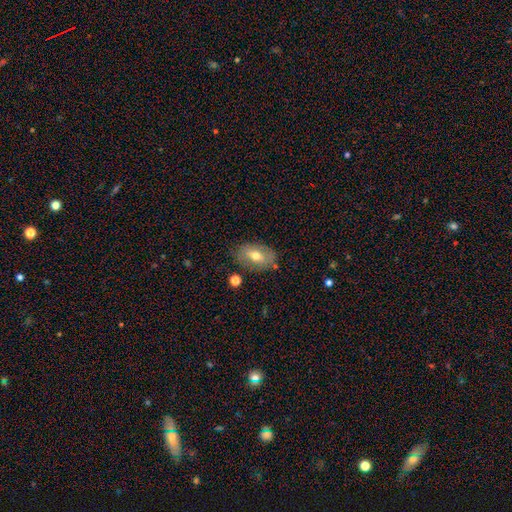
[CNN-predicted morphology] smooth_or_featured: smooth (p=0.60) [alt: featured or disk p=0.32]
how_rounded: in between (p=0.88) [alt: round p=0.10]
merging: none (p=0.78) [alt: minor disturbance p=0.15]